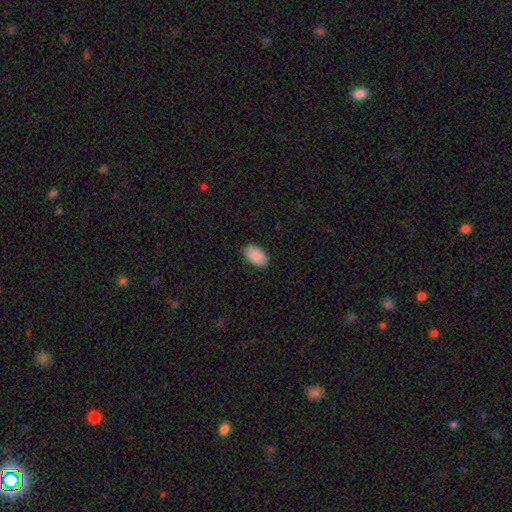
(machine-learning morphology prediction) Smooth or featured?
  - smooth: 91% *
  - star or artifact: 6%
  - featured or disk: 3%
How rounded?
  - in between: 95% *
  - round: 4%
  - cigar-shaped: 1%
Merging?
  - none: 90% *
  - minor disturbance: 8%
  - major disturbance: 2%
  - merger: 1%